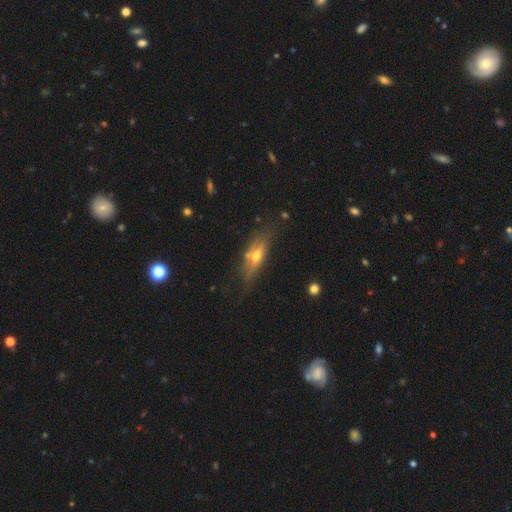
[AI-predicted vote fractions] Q: Smooth or featured?
A: featured or disk (57%); runner-up: smooth (34%)
Q: Edge-on disk?
A: yes (79%); runner-up: no (21%)
Q: Merging?
A: none (71%); runner-up: minor disturbance (18%)